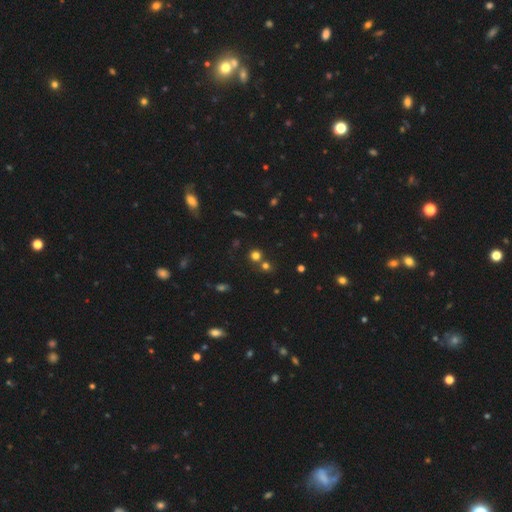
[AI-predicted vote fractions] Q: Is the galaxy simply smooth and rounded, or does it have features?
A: smooth — 65%.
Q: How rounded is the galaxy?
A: round — 90%.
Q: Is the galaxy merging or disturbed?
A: none — 66%.